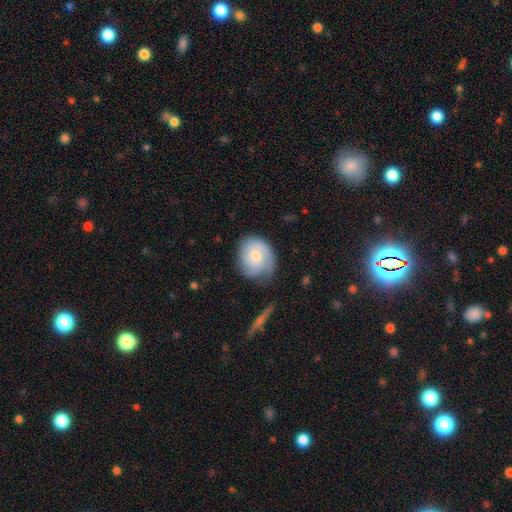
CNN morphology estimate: This appears to be a featured or disk galaxy (56%) with no bar (75%), spiral arms (88%) and a moderate central bulge (47%, tied with small). Merging: none (65%).